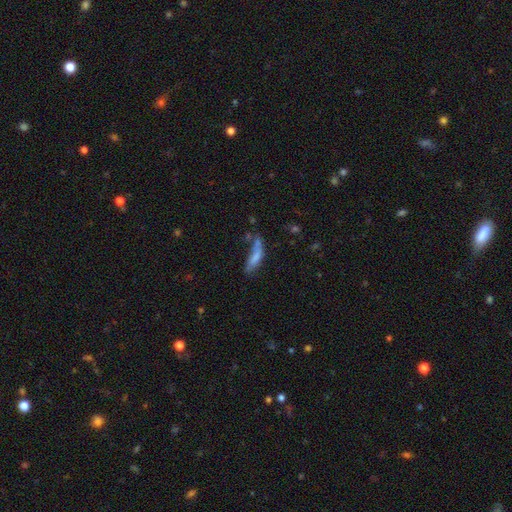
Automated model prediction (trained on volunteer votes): smooth_or_featured: smooth (p=0.67) [alt: featured or disk p=0.23]
how_rounded: cigar-shaped (p=0.63) [alt: in between p=0.35]
merging: none (p=0.35) [alt: minor disturbance p=0.25]